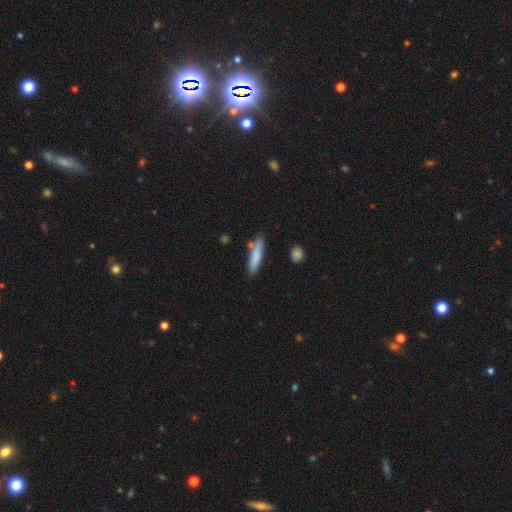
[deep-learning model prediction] Smooth or featured? Predicted: smooth (p=0.81). How rounded? Predicted: cigar-shaped (p=0.80). Merging? Predicted: none (p=0.77).